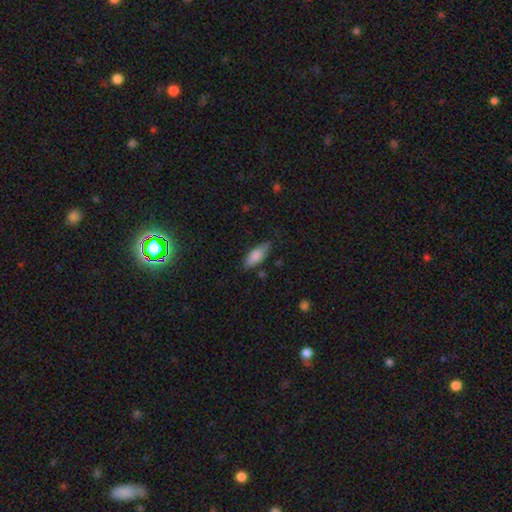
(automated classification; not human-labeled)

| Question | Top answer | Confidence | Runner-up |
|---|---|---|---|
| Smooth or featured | smooth | 82% | featured or disk (12%) |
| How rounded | in between | 76% | cigar-shaped (22%) |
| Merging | none | 78% | minor disturbance (17%) |